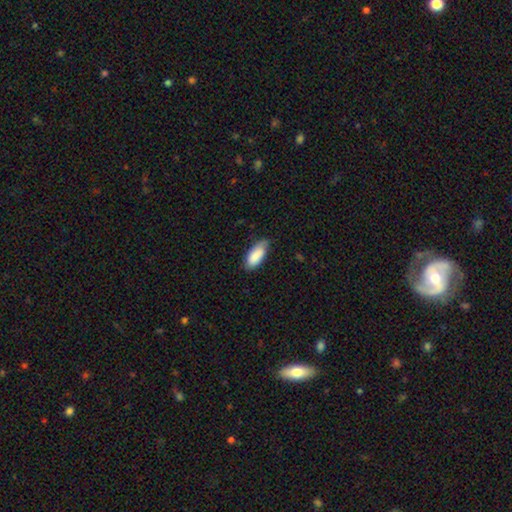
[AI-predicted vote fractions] The model was most divided on "merging": none: 70%, minor disturbance: 26%, major disturbance: 3%, merger: 1%. More confident: smooth or featured — smooth (86%); how rounded — in between (84%).